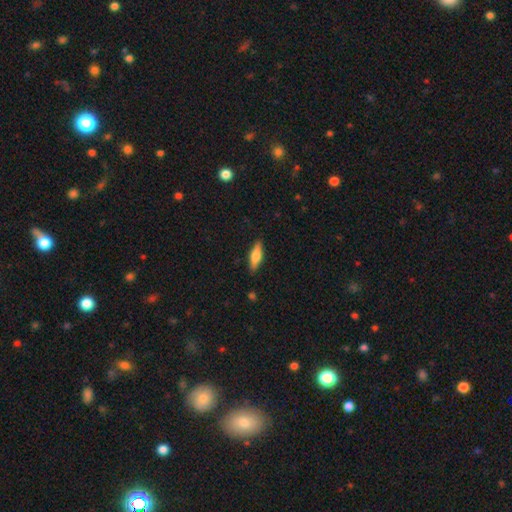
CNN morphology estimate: Overall: smooth (64%; featured or disk 30%). How rounded: cigar-shaped (52%; in between 46%). Merging: none (87%).